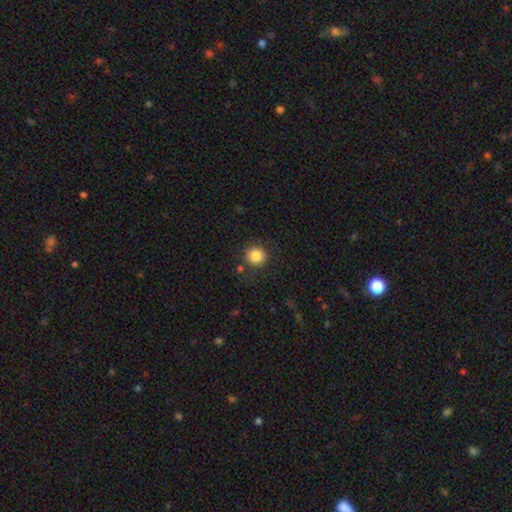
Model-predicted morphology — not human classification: Smooth or featured: smooth — 85% (star or artifact — 10%)
How rounded: round — 91% (in between — 8%)
Merging: none — 84% (minor disturbance — 9%)